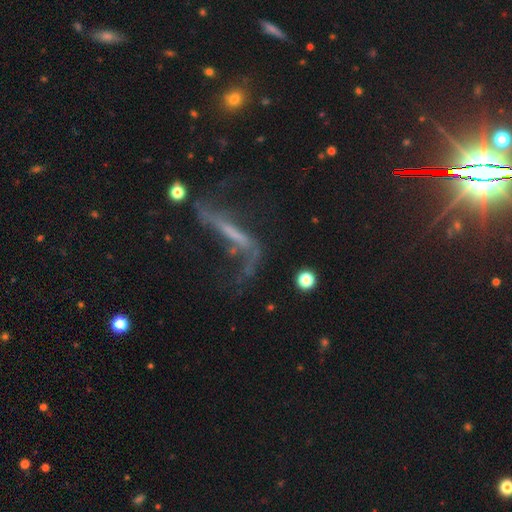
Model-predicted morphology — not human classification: A featured or disk galaxy (64%). Merging: major disturbance (37%).